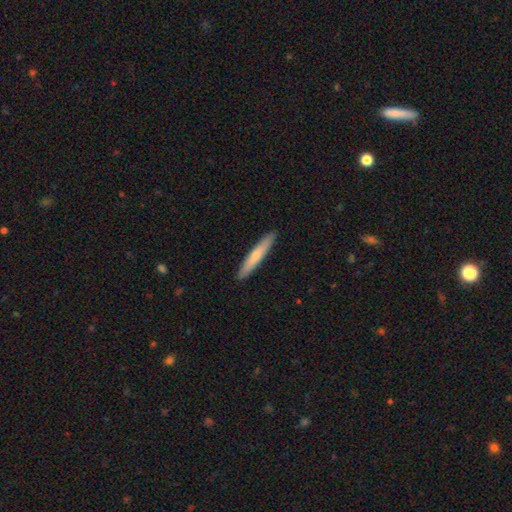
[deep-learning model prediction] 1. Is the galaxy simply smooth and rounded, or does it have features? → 68% smooth, 27% featured or disk, 5% star or artifact.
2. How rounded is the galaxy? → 94% cigar-shaped, 5% in between, 1% round.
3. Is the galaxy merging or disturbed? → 91% none, 6% minor disturbance, 1% major disturbance, 1% merger.